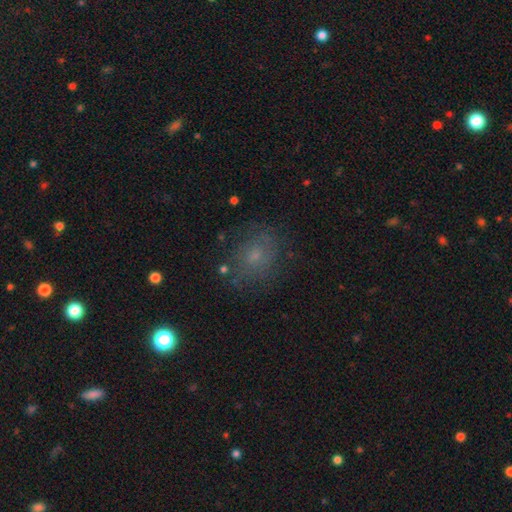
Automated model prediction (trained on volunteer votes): A smooth galaxy with no disk features (53%) that is round (61%). Merging: none (73%).